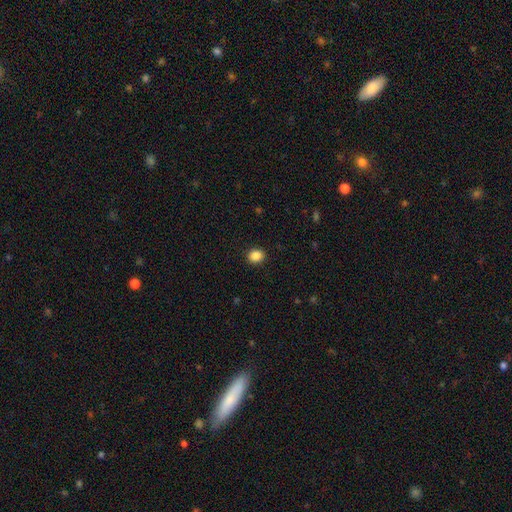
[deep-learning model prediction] Smooth or featured? smooth (87%)
How rounded? round (70%)
Merging? none (91%)